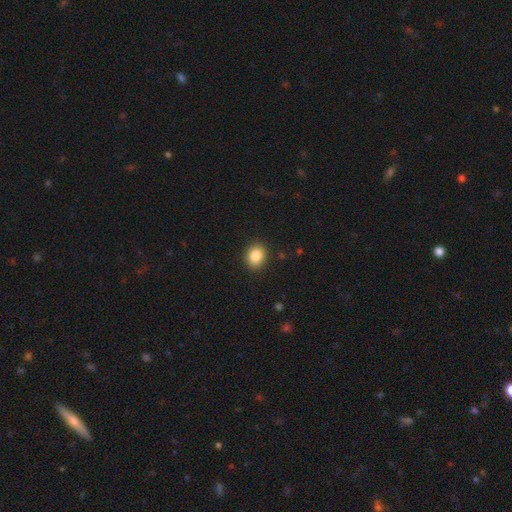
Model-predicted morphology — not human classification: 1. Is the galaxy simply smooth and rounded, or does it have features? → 85% smooth, 9% star or artifact, 6% featured or disk.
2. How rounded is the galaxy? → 58% round, 41% in between, 1% cigar-shaped.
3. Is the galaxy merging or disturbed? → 90% none, 7% minor disturbance, 2% major disturbance, 1% merger.